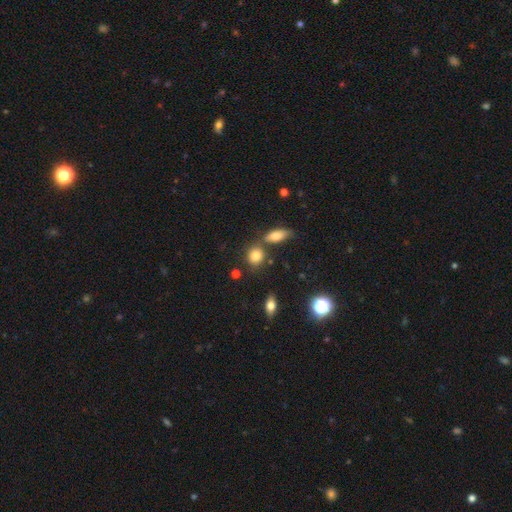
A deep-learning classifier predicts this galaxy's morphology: Smooth or featured? smooth (81%)
How rounded? round (68%)
Merging? none (66%)